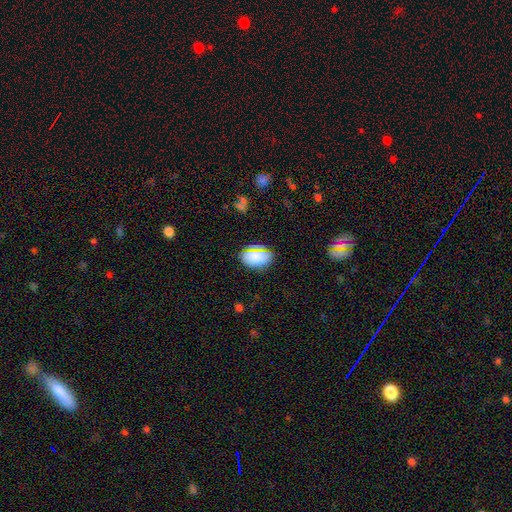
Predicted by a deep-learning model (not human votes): Morphology: type=smooth (79%); roundness=in between (85%); merging=none (83%).